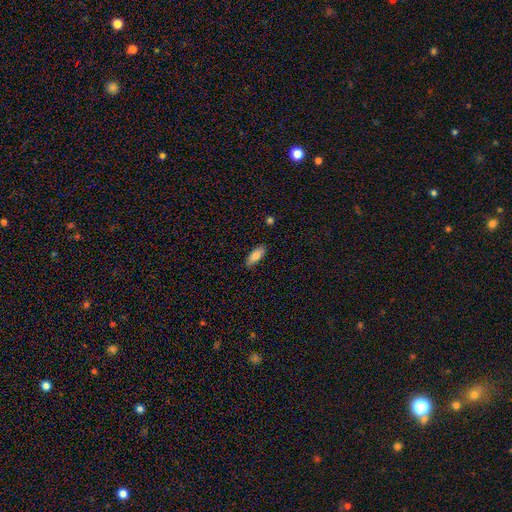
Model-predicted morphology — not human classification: Smooth or featured?
  - smooth: 79% *
  - featured or disk: 14%
  - star or artifact: 7%
How rounded?
  - in between: 74% *
  - cigar-shaped: 24%
  - round: 2%
Merging?
  - none: 86% *
  - minor disturbance: 11%
  - major disturbance: 2%
  - merger: 1%